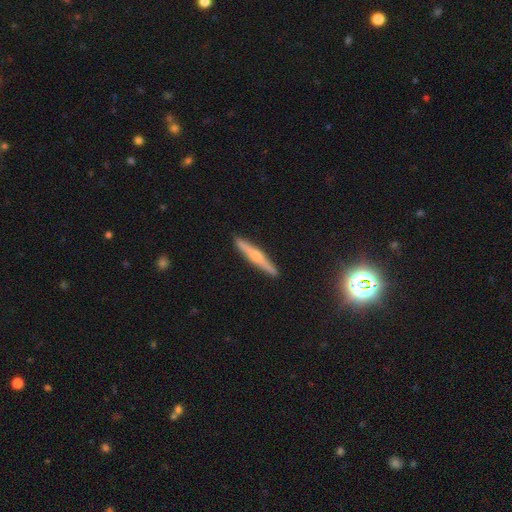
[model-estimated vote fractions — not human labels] Smooth or featured?
  - featured or disk: 61% *
  - smooth: 33%
  - star or artifact: 6%
Edge-on disk?
  - yes: 97% *
  - no: 3%
Edge-on bulge?
  - rounded: 81% *
  - none: 11%
  - boxy: 8%
Merging?
  - none: 91% *
  - minor disturbance: 6%
  - major disturbance: 1%
  - merger: 1%